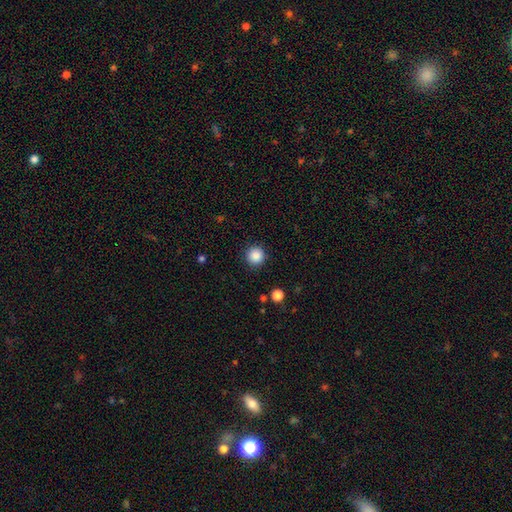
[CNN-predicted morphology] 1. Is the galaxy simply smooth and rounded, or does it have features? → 87% smooth, 10% star or artifact, 3% featured or disk.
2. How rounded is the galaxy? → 95% round, 4% in between, 1% cigar-shaped.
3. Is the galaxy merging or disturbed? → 91% none, 6% minor disturbance, 2% major disturbance, 1% merger.